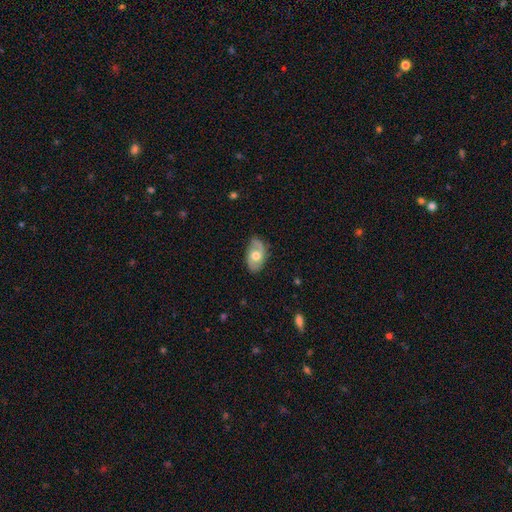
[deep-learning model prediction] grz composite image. It shows a featured or disk galaxy (52%). Merging: none (73%).